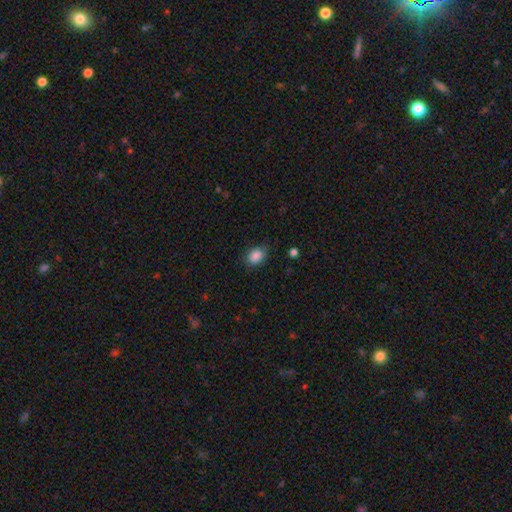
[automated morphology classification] smooth-or-featured: smooth: 88% | star or artifact: 9% | featured or disk: 4%
  how-rounded: in between: 70% | round: 29% | cigar-shaped: 1%
  merging: none: 78% | minor disturbance: 17% | major disturbance: 4% | merger: 1%